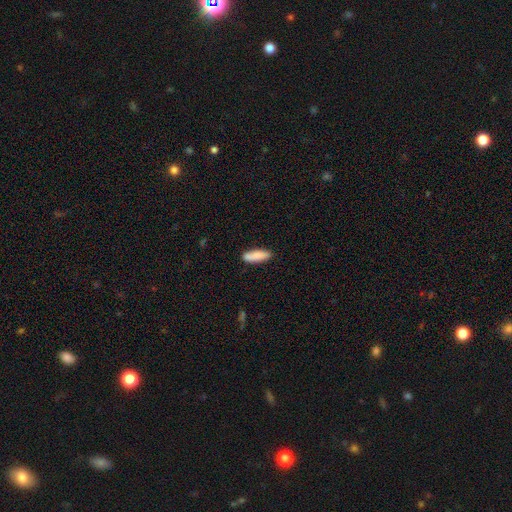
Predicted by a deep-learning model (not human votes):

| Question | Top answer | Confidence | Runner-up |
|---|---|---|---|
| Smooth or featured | smooth | 85% | featured or disk (9%) |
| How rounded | cigar-shaped | 54% | in between (45%) |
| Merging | none | 81% | minor disturbance (13%) |